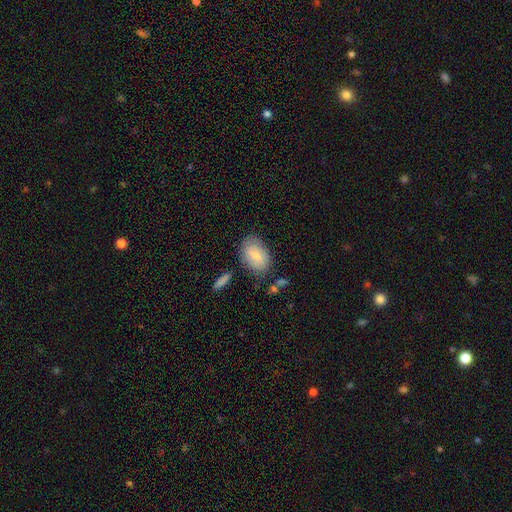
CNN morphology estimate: Smooth or featured?
  - smooth: 70% *
  - featured or disk: 23%
  - star or artifact: 7%
How rounded?
  - in between: 85% *
  - round: 14%
  - cigar-shaped: 1%
Merging?
  - none: 73% *
  - minor disturbance: 18%
  - major disturbance: 5%
  - merger: 5%